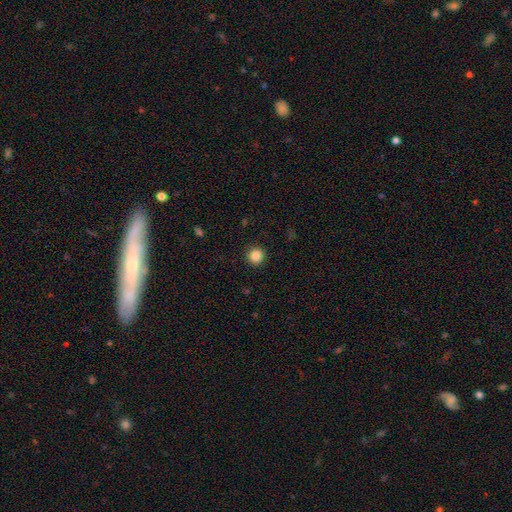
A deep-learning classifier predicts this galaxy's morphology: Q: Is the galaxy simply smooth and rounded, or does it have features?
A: smooth — 87%.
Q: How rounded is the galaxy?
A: round — 95%.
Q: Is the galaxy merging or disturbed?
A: none — 92%.